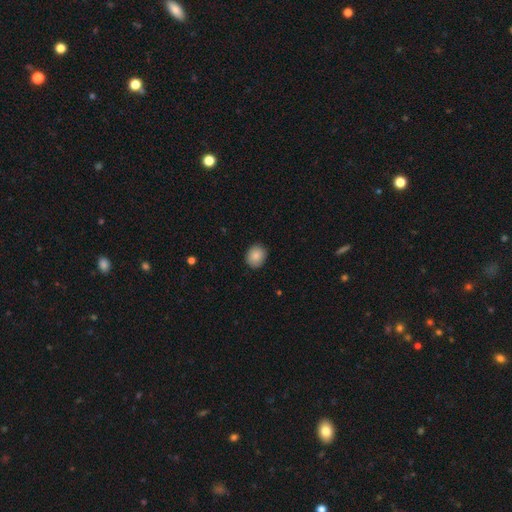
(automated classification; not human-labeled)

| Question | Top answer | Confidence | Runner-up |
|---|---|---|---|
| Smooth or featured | smooth | 87% | star or artifact (8%) |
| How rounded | round | 60% | in between (40%) |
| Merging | none | 87% | minor disturbance (10%) |